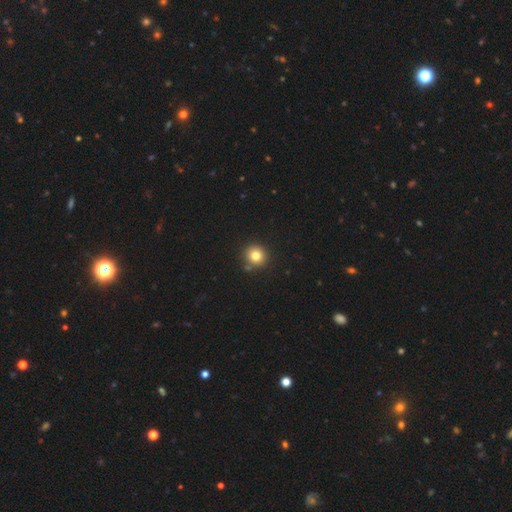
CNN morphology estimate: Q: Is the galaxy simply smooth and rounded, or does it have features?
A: smooth — 80%.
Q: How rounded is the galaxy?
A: round — 92%.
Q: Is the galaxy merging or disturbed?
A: none — 87%.